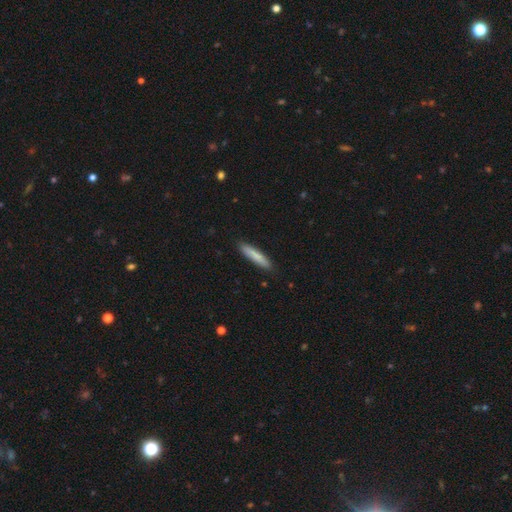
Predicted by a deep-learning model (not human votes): Smooth or featured? Predicted: smooth (p=0.81). How rounded? Predicted: cigar-shaped (p=0.88). Merging? Predicted: none (p=0.88).